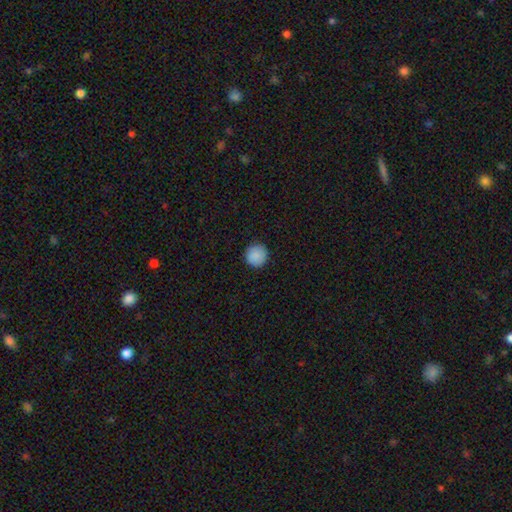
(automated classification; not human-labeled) A smooth galaxy with no disk features (89%) that is round (95%).

Vote fractions:
- Smooth or featured? smooth: 89% / star or artifact: 8% / featured or disk: 3%
- How rounded? round: 95% / in between: 4% / cigar-shaped: 1%
- Merging? none: 92% / minor disturbance: 6% / major disturbance: 2% / merger: 1%